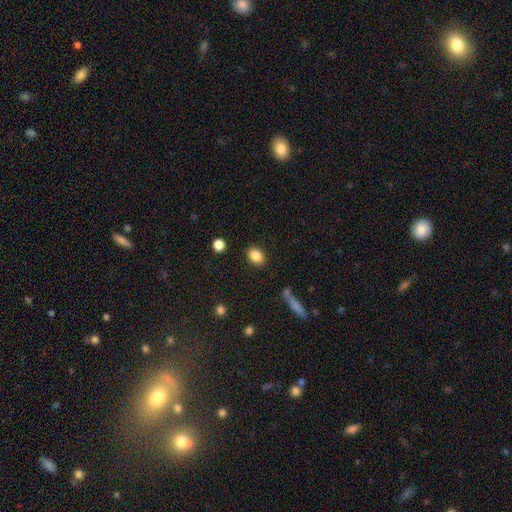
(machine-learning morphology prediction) Smooth or featured? smooth (86%)
How rounded? in between (70%)
Merging? none (86%)